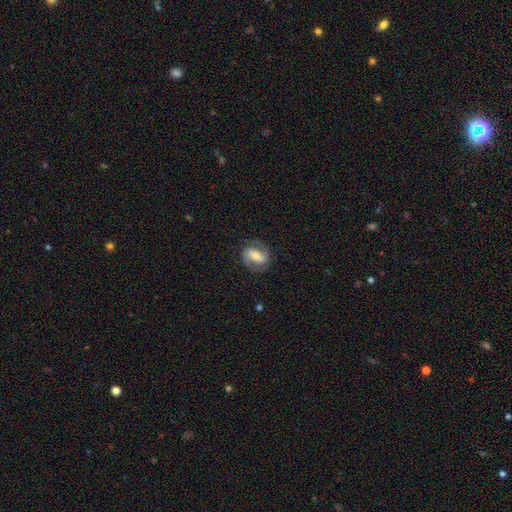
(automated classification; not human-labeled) smooth-or-featured: featured or disk: 76% | smooth: 18% | star or artifact: 6%
  disk-edge-on: no: 97% | yes: 3%
    bar: strong: 47% | weak: 35% | no: 18%
    has-spiral-arms: yes: 91% | no: 9%
      spiral-winding: medium: 48% | tight: 34% | loose: 18%
      spiral-arm-count: 2: 89% | can't tell: 5% | 1: 3% | 3: 1% | 4: 1% | more than 4: 1%
    bulge-size: moderate: 54% | small: 35% | large: 7% | none: 2% | dominant: 1%
  merging: none: 79% | minor disturbance: 14% | major disturbance: 7% | merger: 1%